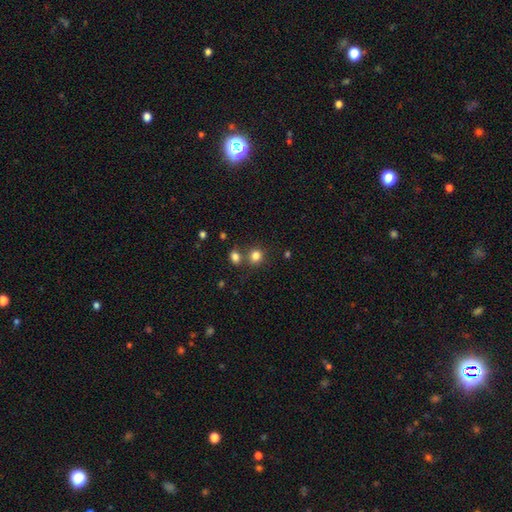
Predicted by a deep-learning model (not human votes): A smooth galaxy with no disk features (81%) that is round (78%).

Vote fractions:
- Smooth or featured? smooth: 81% / star or artifact: 13% / featured or disk: 6%
- How rounded? round: 78% / in between: 21% / cigar-shaped: 1%
- Merging? none: 63% / merger: 24% / minor disturbance: 9% / major disturbance: 3%